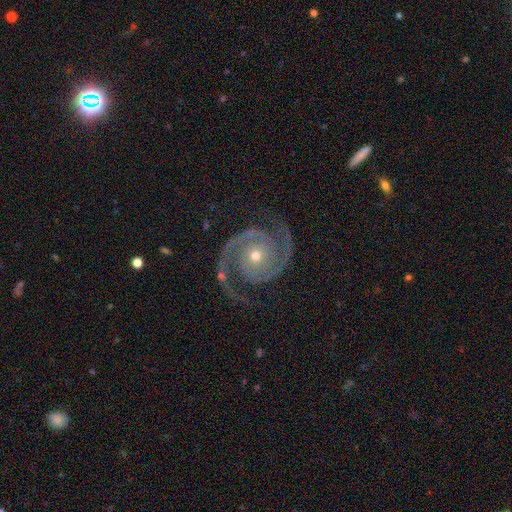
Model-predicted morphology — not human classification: smooth-or-featured: featured or disk: 94% | star or artifact: 4% | smooth: 2%
  disk-edge-on: no: 98% | yes: 2%
    bar: no: 74% | weak: 17% | strong: 8%
    has-spiral-arms: yes: 99% | no: 1%
      spiral-winding: tight: 49% | medium: 44% | loose: 7%
      spiral-arm-count: 2: 94% | 3: 2% | can't tell: 1% | 1: 1% | 4: 1% | more than 4: 1%
    bulge-size: moderate: 51% | small: 46% | large: 1% | none: 1% | dominant: 1%
  merging: none: 84% | minor disturbance: 10% | major disturbance: 4% | merger: 2%